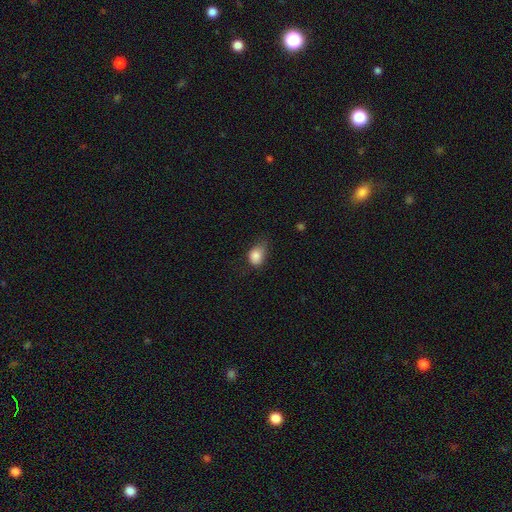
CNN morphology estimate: This appears to be a smooth galaxy with no disk features (84%) that is in between round and cigar-shaped (64%). Merging: none (42%).